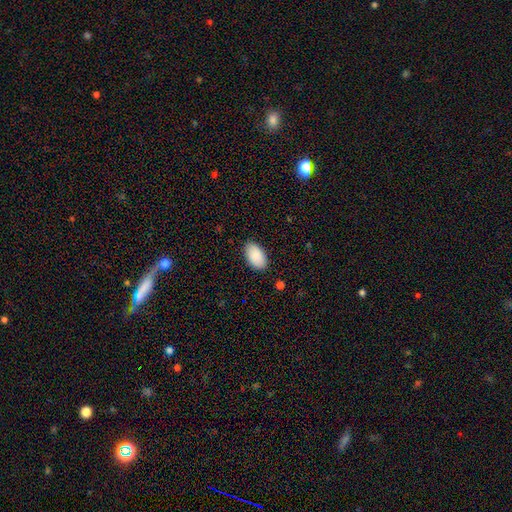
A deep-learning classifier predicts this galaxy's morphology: type=smooth (90%); roundness=in between (96%); merging=none (87%).